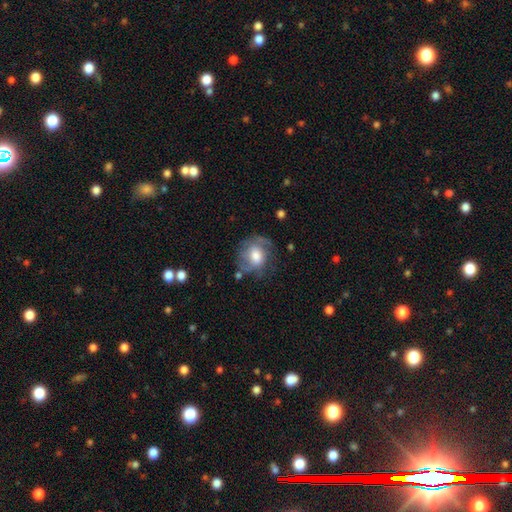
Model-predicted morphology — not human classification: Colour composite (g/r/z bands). It shows a featured or disk galaxy (49%). Merging: none (55%).